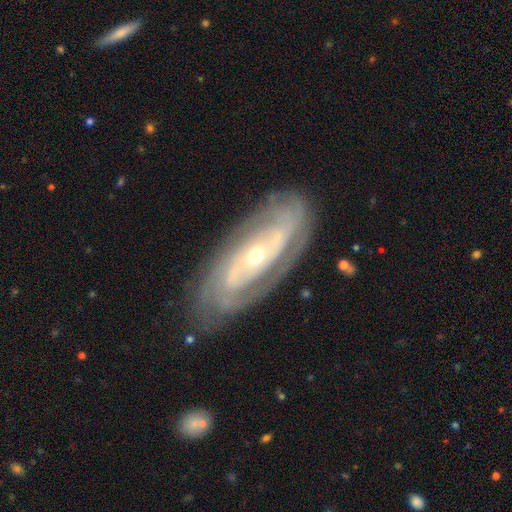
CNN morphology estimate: featured or disk 87%, smooth 8%, star or artifact 5%. Down the decision tree: edge-on disk — no (92%); bar — no (65%); spiral arms — yes (91%); spiral arm count — 2 (35%, tied with can't tell); spiral winding — tight (73%); bulge size — small (60%); merging — none (79%).